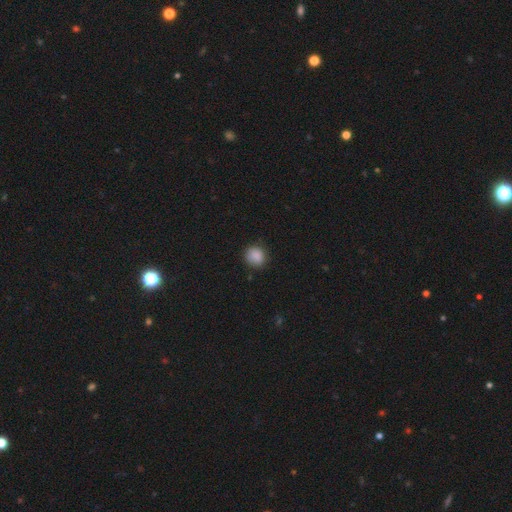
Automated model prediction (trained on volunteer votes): Overall: smooth (87%). How rounded: round (82%). Merging: none (82%).